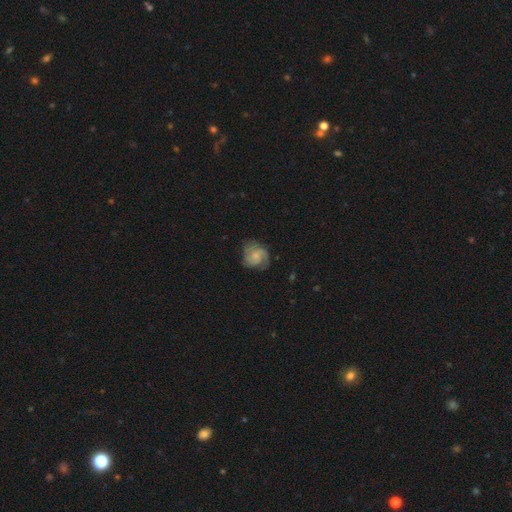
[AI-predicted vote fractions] A featured or disk galaxy (64%) with no bar (72%), 2 (39%) medium (43%) spiral arms (91%) and a small central bulge (53%).

Vote fractions:
- Smooth or featured? featured or disk: 64% / smooth: 28% / star or artifact: 7%
- Edge-on disk? no: 98% / yes: 2%
- Bar? no: 72% / weak: 25% / strong: 3%
- Spiral arms? yes: 91% / no: 9%
- Spiral winding? medium: 43% / tight: 41% / loose: 16%
- Spiral arm count? 2: 39% / 3: 27% / can't tell: 20% / 1: 6% / 4: 5% / more than 4: 4%
- Bulge size? small: 53% / moderate: 31% / none: 12% / large: 3% / dominant: 1%
- Merging? none: 65% / minor disturbance: 23% / major disturbance: 10% / merger: 1%